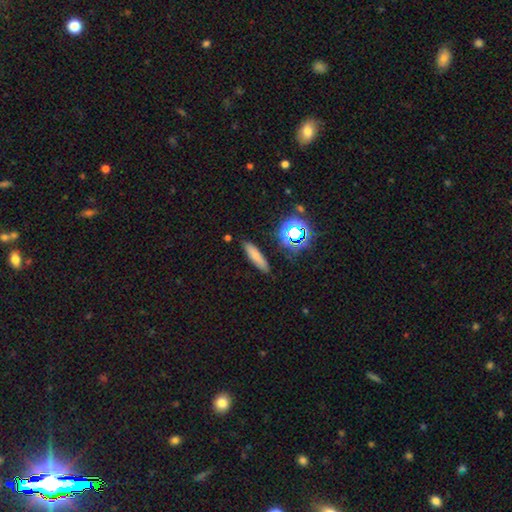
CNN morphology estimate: smooth 70%, featured or disk 15%, star or artifact 15%. Down the decision tree: how rounded — cigar-shaped (71%); merging — none (85%).